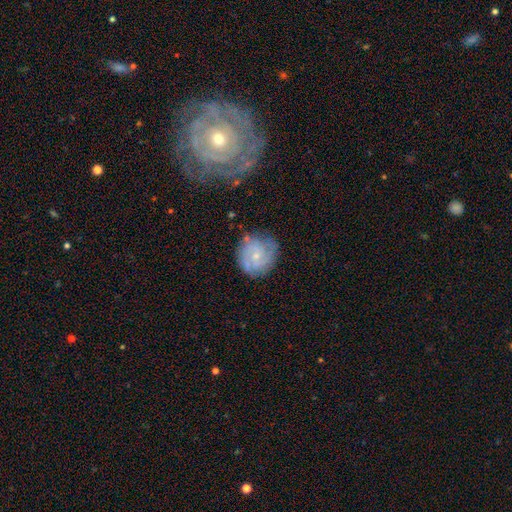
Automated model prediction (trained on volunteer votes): A featured or disk galaxy (73%) with no bar (68%), 2 (38%) tight (55%) spiral arms (92%) and a small central bulge (73%).

Vote fractions:
- Smooth or featured? featured or disk: 73% / smooth: 20% / star or artifact: 6%
- Edge-on disk? no: 98% / yes: 2%
- Bar? no: 68% / weak: 28% / strong: 4%
- Spiral arms? yes: 92% / no: 8%
- Spiral winding? tight: 55% / medium: 36% / loose: 9%
- Spiral arm count? 2: 38% / can't tell: 24% / 3: 23% / 4: 6% / 1: 4% / more than 4: 4%
- Bulge size? small: 73% / moderate: 22% / none: 3% / large: 1% / dominant: 1%
- Merging? none: 74% / minor disturbance: 18% / major disturbance: 6% / merger: 2%